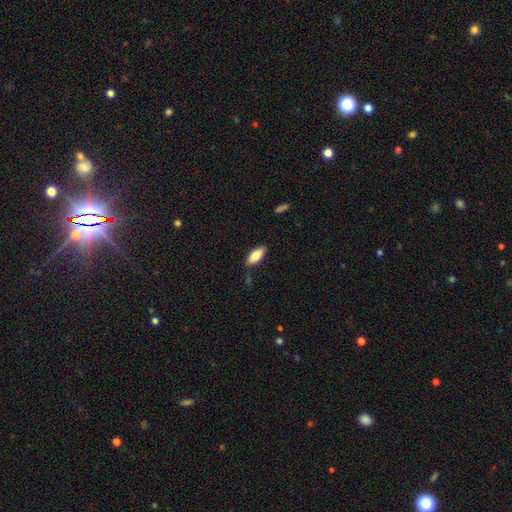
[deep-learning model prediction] This appears to be a smooth galaxy with no disk features (77%) that is in between round and cigar-shaped (77%). Merging: none (79%).